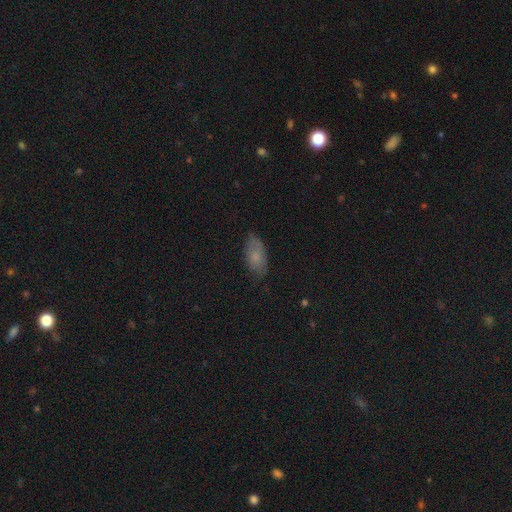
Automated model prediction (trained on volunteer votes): Morphology: type=smooth (75%); roundness=in between (90%); merging=none (73%).